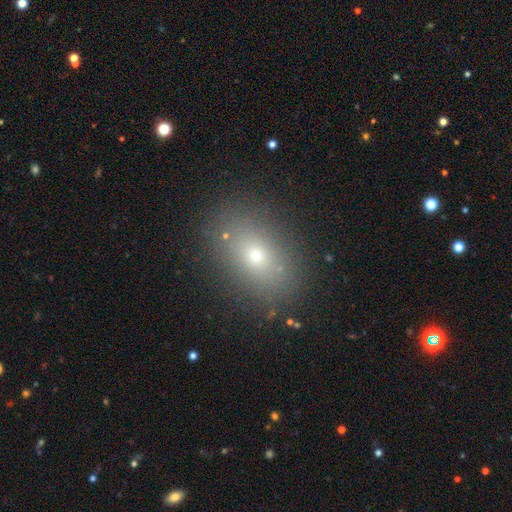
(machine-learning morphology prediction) Smooth or featured?
  - smooth: 66% *
  - star or artifact: 19%
  - featured or disk: 15%
How rounded?
  - in between: 72% *
  - round: 26%
  - cigar-shaped: 2%
Merging?
  - none: 85% *
  - minor disturbance: 9%
  - major disturbance: 4%
  - merger: 2%